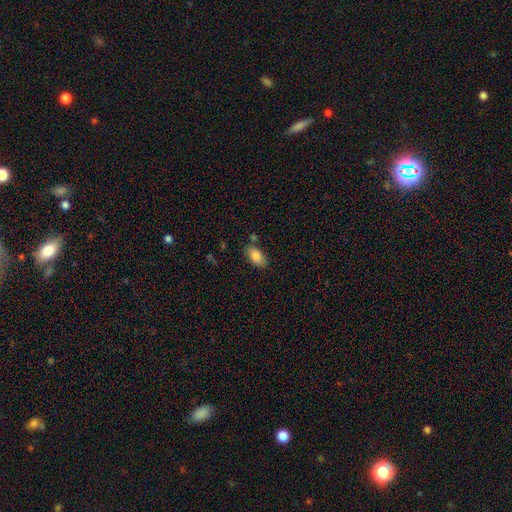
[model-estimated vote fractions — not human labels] This appears to be a smooth galaxy with no disk features (86%) that is in between round and cigar-shaped (92%). Merging: none (76%).